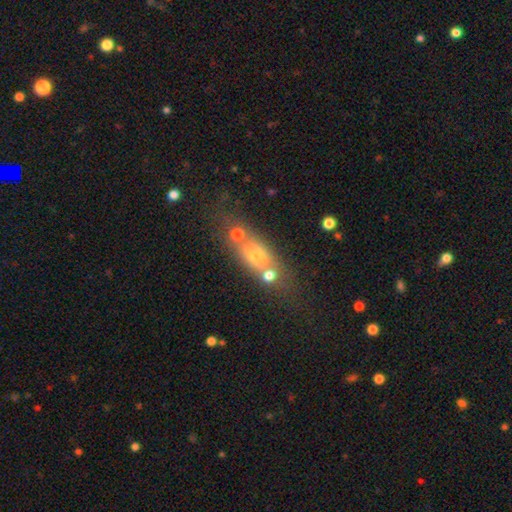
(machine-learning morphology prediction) Q: Smooth or featured?
A: smooth (56%); runner-up: featured or disk (29%)
Q: How rounded?
A: in between (52%); runner-up: cigar-shaped (29%)
Q: Merging?
A: none (48%); runner-up: merger (32%)